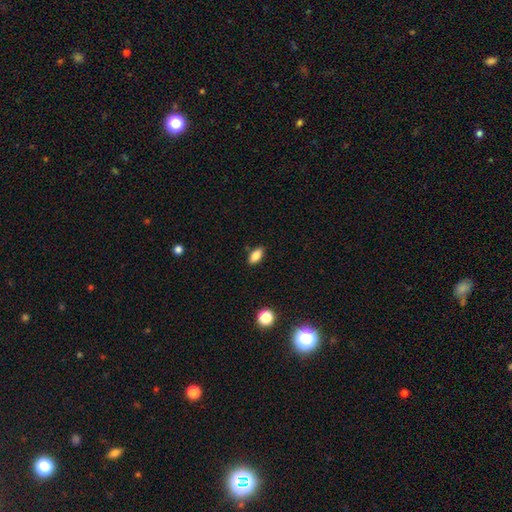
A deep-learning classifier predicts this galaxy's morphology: Q: Smooth or featured?
A: smooth (83%); runner-up: star or artifact (9%)
Q: How rounded?
A: in between (88%); runner-up: cigar-shaped (7%)
Q: Merging?
A: none (85%); runner-up: minor disturbance (11%)